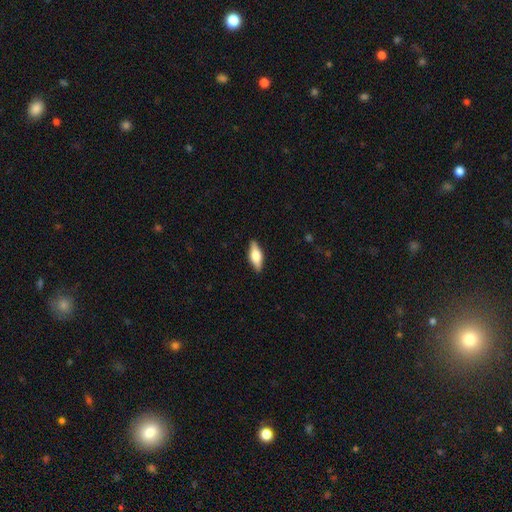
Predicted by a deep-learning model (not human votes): smooth 52%, featured or disk 42%, star or artifact 6%. Down the decision tree: how rounded — in between (66%); merging — none (88%).